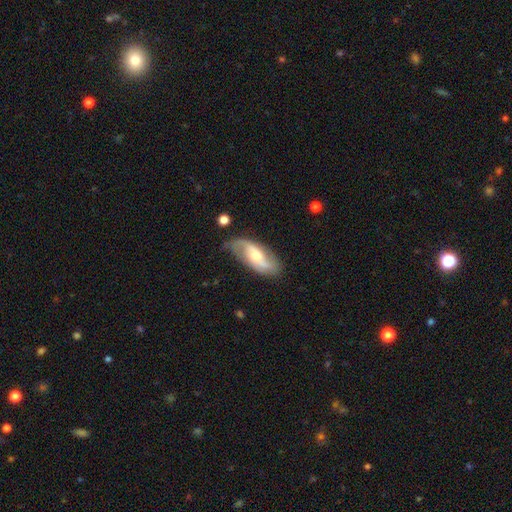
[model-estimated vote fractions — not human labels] A featured or disk galaxy (75%) with no bar (45%), 2 (87%) loose (56%) spiral arms (90%) and a moderate central bulge (58%). Merging: none (74%).